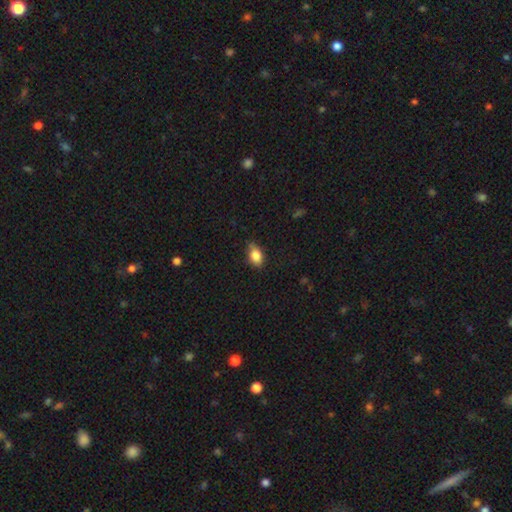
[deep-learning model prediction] smooth_or_featured: smooth (p=0.82) [alt: featured or disk p=0.09]
how_rounded: in between (p=0.79) [alt: round p=0.18]
merging: none (p=0.65) [alt: minor disturbance p=0.28]